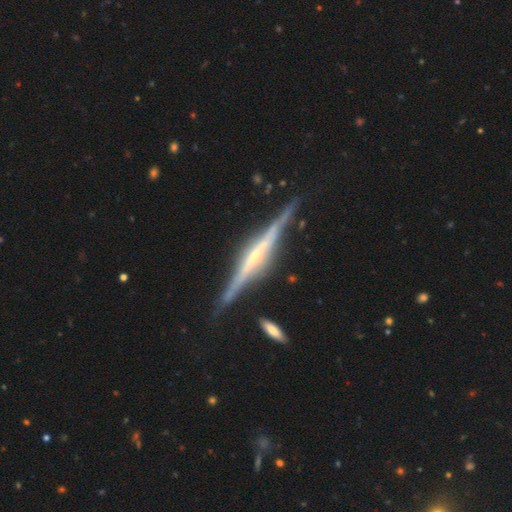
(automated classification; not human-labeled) A featured or disk galaxy (86%) viewed edge-on (98%) with a rounded central bulge (48%). Merging: none (84%).